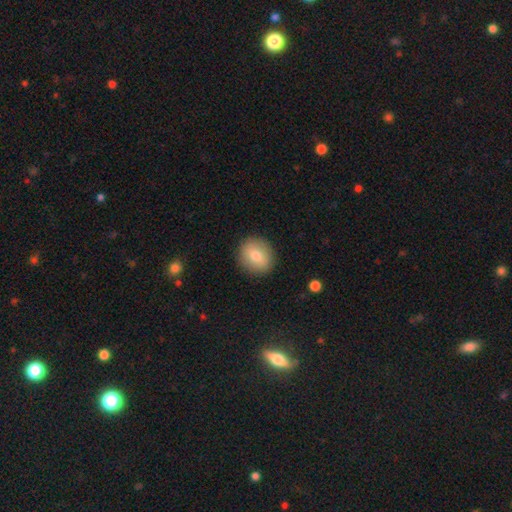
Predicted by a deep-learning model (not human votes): This appears to be a smooth galaxy with no disk features (77%) that is round (74%). Merging: none (89%).